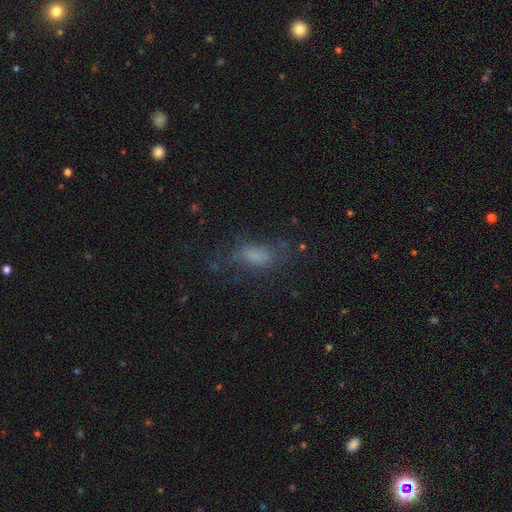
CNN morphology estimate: type=smooth (65%); roundness=in between (81%); merging=none (54%).